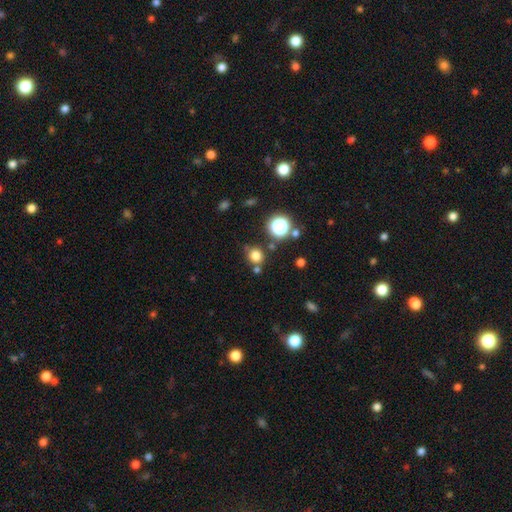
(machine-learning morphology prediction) Smooth or featured?
  - smooth: 77% *
  - star or artifact: 17%
  - featured or disk: 6%
How rounded?
  - round: 86% *
  - in between: 13%
  - cigar-shaped: 1%
Merging?
  - none: 75% *
  - minor disturbance: 11%
  - merger: 10%
  - major disturbance: 4%